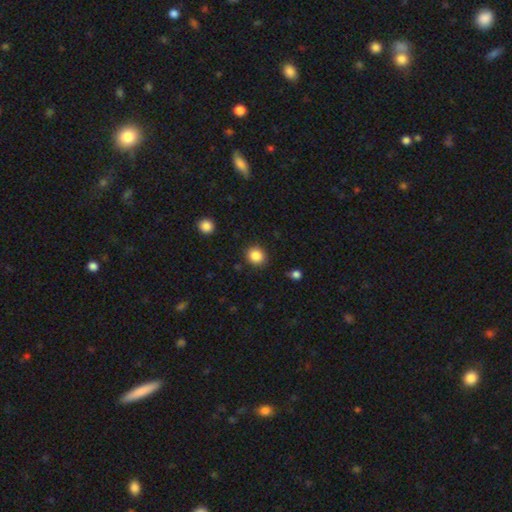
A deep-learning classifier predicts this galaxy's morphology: type=smooth (86%); roundness=round (82%); merging=none (88%).